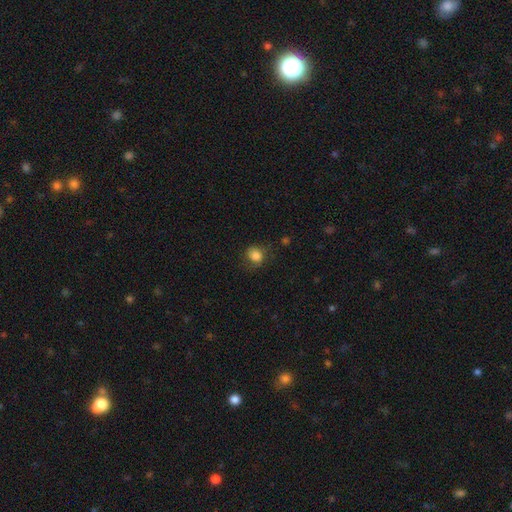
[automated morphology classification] smooth-or-featured: smooth: 82% | star or artifact: 10% | featured or disk: 7%
  how-rounded: round: 65% | in between: 34% | cigar-shaped: 1%
  merging: none: 69% | minor disturbance: 21% | major disturbance: 9% | merger: 1%